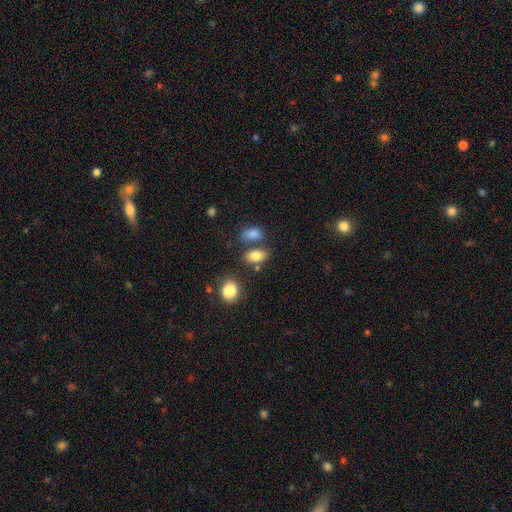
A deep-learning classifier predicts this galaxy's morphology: type=smooth (81%); roundness=in between (87%); merging=none (64%).